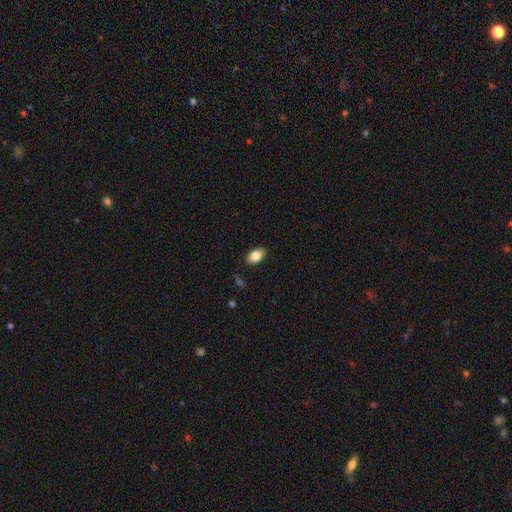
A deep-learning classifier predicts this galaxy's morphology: A smooth galaxy with no disk features (82%) that is in between round and cigar-shaped (90%).

Vote fractions:
- Smooth or featured? smooth: 82% / featured or disk: 11% / star or artifact: 8%
- How rounded? in between: 90% / round: 8% / cigar-shaped: 2%
- Merging? none: 88% / minor disturbance: 9% / major disturbance: 2% / merger: 1%